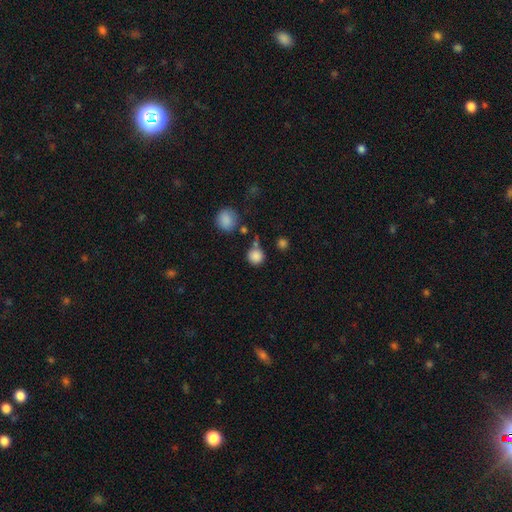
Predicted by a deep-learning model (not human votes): A smooth galaxy with no disk features (84%) that is round (91%).

Vote fractions:
- Smooth or featured? smooth: 84% / star or artifact: 12% / featured or disk: 4%
- How rounded? round: 91% / in between: 8% / cigar-shaped: 1%
- Merging? none: 70% / minor disturbance: 13% / merger: 12% / major disturbance: 5%